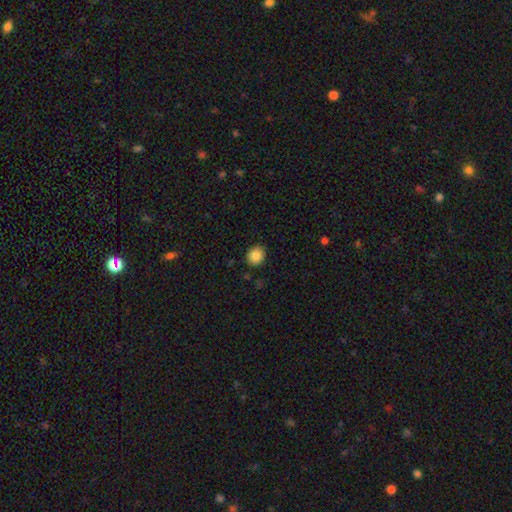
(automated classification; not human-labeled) This appears to be a smooth galaxy with no disk features (87%) that is round (83%). Merging: none (88%).